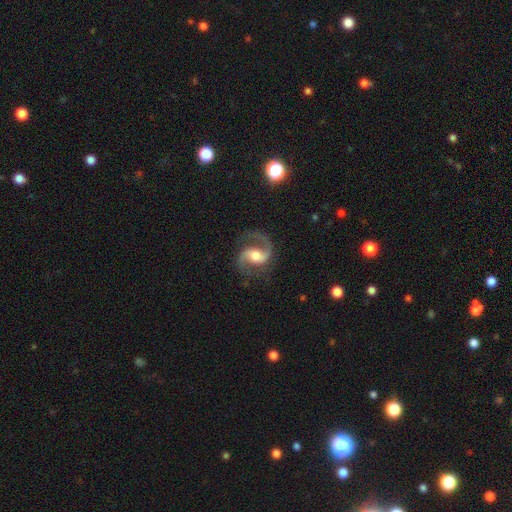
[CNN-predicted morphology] Smooth or featured: featured or disk — 91% (smooth — 5%)
Edge-on disk: no — 98% (yes — 2%)
Bar: weak — 45% (no — 37%)
Spiral arms: yes — 98% (no — 2%)
Spiral winding: medium — 58% (loose — 32%)
Spiral arm count: 2 — 92% (1 — 4%)
Bulge size: moderate — 63% (large — 16%)
Merging: none — 78% (minor disturbance — 13%)